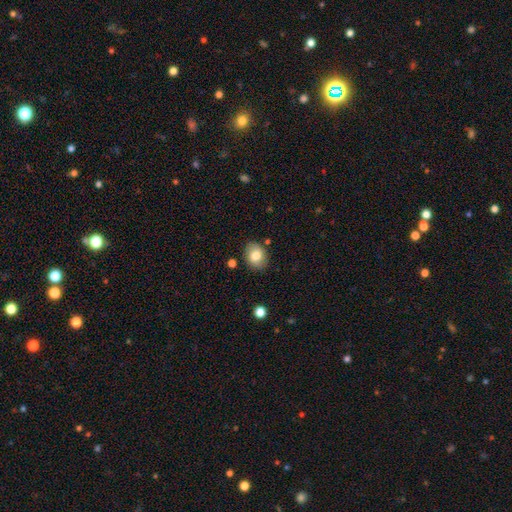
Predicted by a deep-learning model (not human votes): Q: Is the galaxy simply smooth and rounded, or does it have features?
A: smooth — 80%.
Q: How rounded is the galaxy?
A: in between — 51%.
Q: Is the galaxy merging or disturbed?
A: none — 83%.